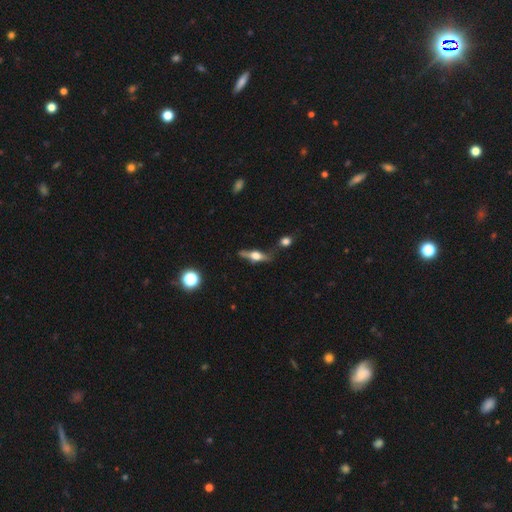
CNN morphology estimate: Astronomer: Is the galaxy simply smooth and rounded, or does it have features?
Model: featured or disk — 63%.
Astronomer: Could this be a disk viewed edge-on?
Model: yes — 92%.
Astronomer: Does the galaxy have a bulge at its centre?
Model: rounded — 91%.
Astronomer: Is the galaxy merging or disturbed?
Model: none — 64%.